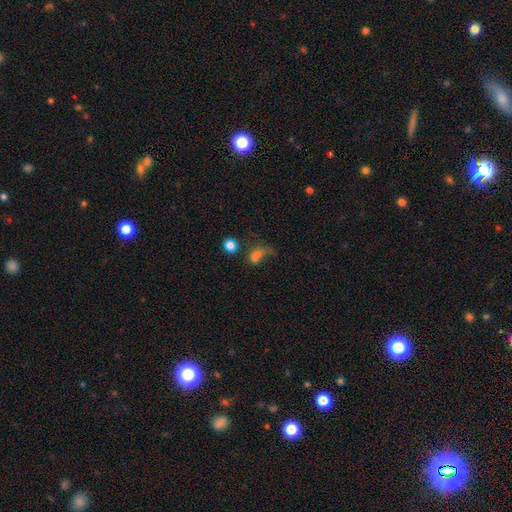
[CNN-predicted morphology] A smooth galaxy with no disk features (64%) that is round (48%, tied with in between).

Vote fractions:
- Smooth or featured? smooth: 64% / star or artifact: 18% / featured or disk: 18%
- How rounded? round: 48% (tied) / in between: 48% (tied) / cigar-shaped: 4%
- Merging? major disturbance: 33% / merger: 28% / none: 25% / minor disturbance: 14%